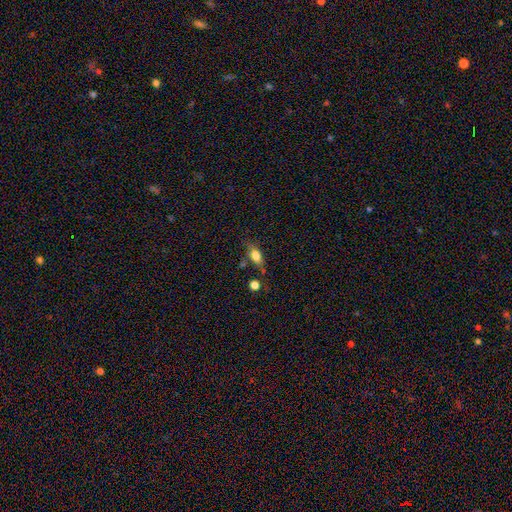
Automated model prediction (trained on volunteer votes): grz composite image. It shows a smooth galaxy with no disk features (77%) that is in between round and cigar-shaped (79%). Merging: none (65%).